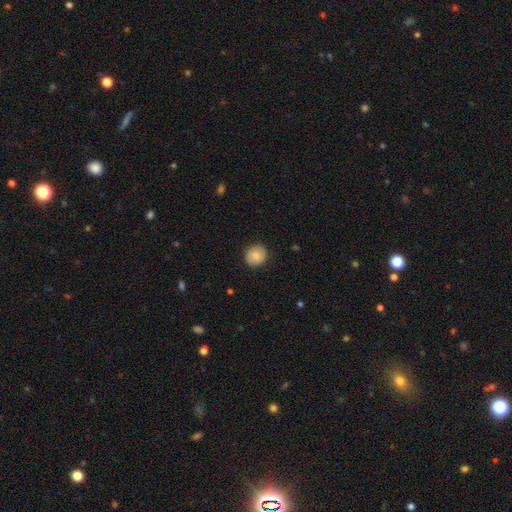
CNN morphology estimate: Smooth or featured?
  - smooth: 82% *
  - featured or disk: 11%
  - star or artifact: 7%
How rounded?
  - round: 86% *
  - in between: 13%
  - cigar-shaped: 1%
Merging?
  - none: 88% *
  - minor disturbance: 9%
  - major disturbance: 2%
  - merger: 1%